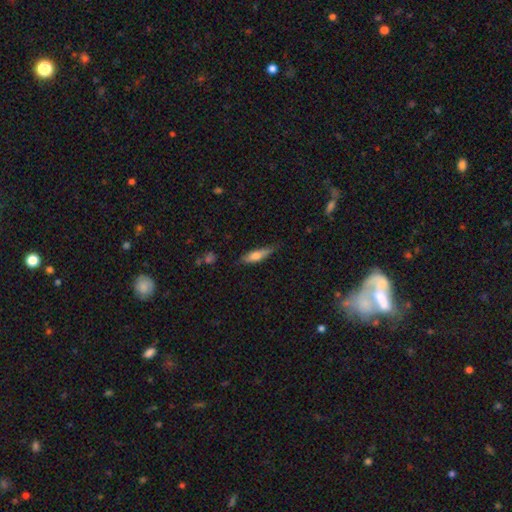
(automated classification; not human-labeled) smooth 60%, featured or disk 33%, star or artifact 7%. Down the decision tree: how rounded — cigar-shaped (68%); merging — none (77%).